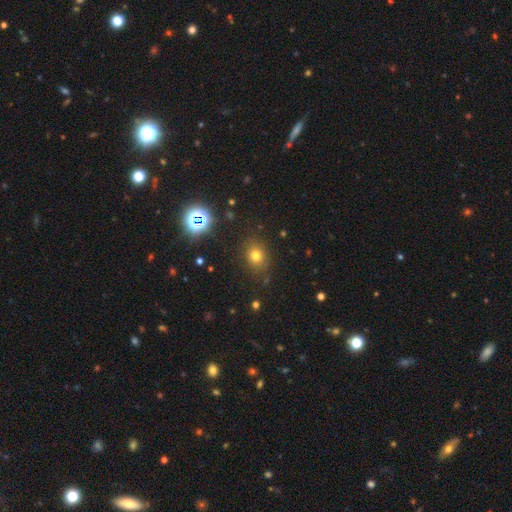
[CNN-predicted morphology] A smooth galaxy with no disk features (72%) that is round (63%).

Vote fractions:
- Smooth or featured? smooth: 72% / star or artifact: 20% / featured or disk: 8%
- How rounded? round: 63% / in between: 36% / cigar-shaped: 1%
- Merging? none: 83% / minor disturbance: 11% / major disturbance: 4% / merger: 2%